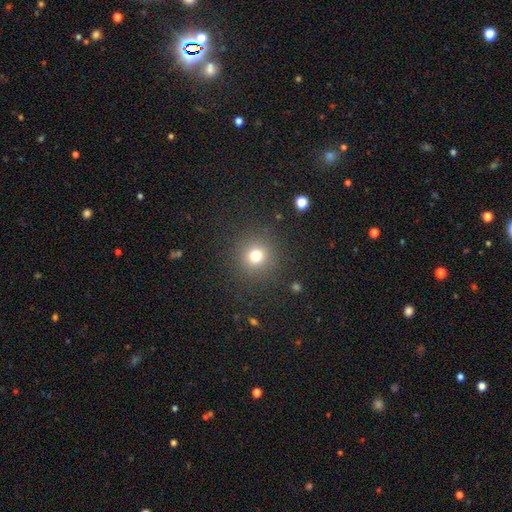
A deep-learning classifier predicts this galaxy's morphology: smooth-or-featured: smooth: 76% | star or artifact: 16% | featured or disk: 8%
  how-rounded: round: 94% | in between: 6% | cigar-shaped: 1%
  merging: none: 88% | minor disturbance: 7% | major disturbance: 4% | merger: 1%